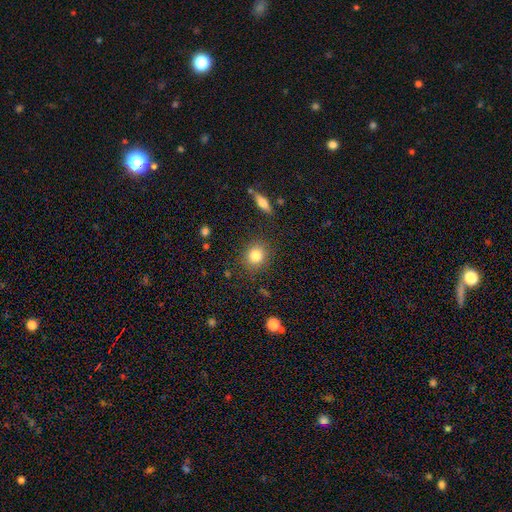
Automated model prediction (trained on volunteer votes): This is clearly a smooth galaxy (83%). How rounded: clearly round (81%). Merging: clearly none (85%).